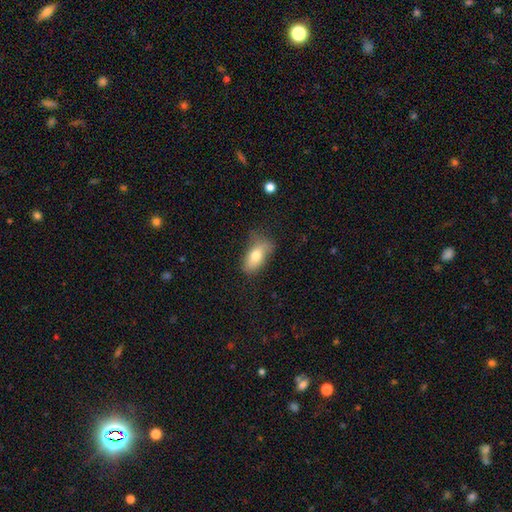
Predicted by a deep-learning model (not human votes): Morphology: type=smooth (73%); roundness=in between (88%); merging=none (51%).